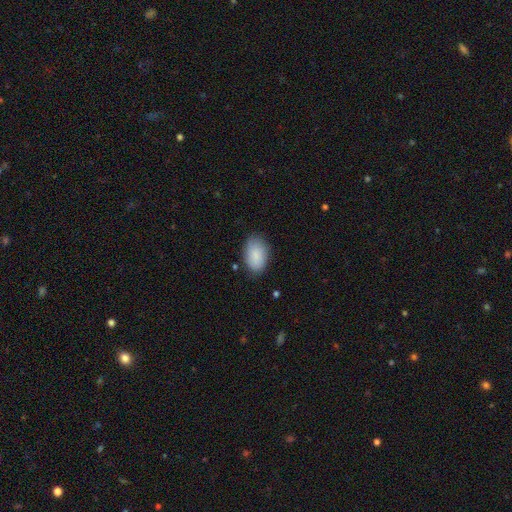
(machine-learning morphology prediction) The model was most divided on "merging": none: 75%, minor disturbance: 19%, major disturbance: 4%, merger: 1%. More confident: how rounded — in between (90%); smooth or featured — smooth (87%).